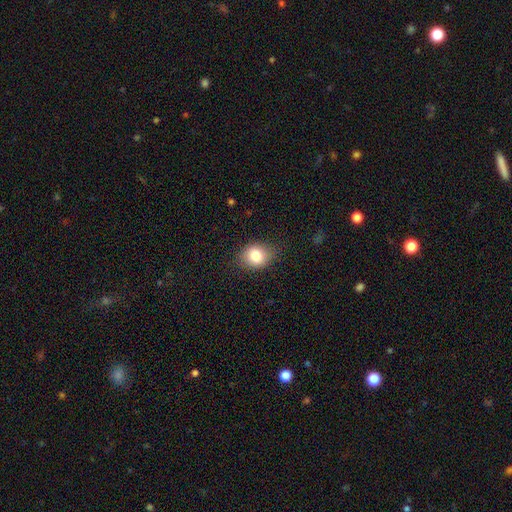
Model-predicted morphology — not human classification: Q: Smooth or featured?
A: smooth (81%); runner-up: star or artifact (10%)
Q: How rounded?
A: in between (51%); runner-up: round (48%)
Q: Merging?
A: none (81%); runner-up: minor disturbance (15%)